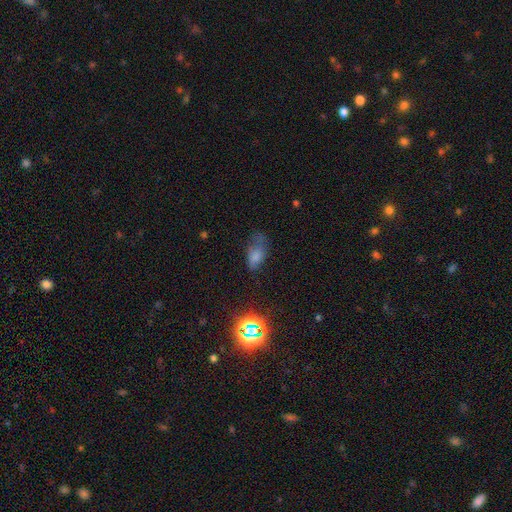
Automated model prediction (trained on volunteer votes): This is likely a smooth galaxy (68%). How rounded: clearly in between (88%). Merging: marginally none (36%).